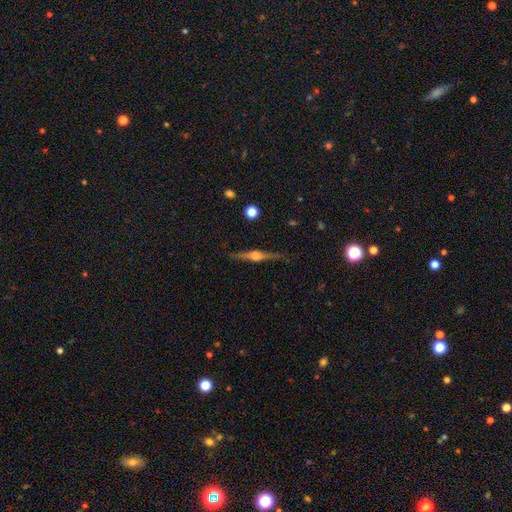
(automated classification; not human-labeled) Smooth or featured: featured or disk — 82% (smooth — 11%)
Edge-on disk: yes — 98% (no — 2%)
Edge-on bulge: rounded — 86% (boxy — 11%)
Merging: none — 87% (minor disturbance — 9%)